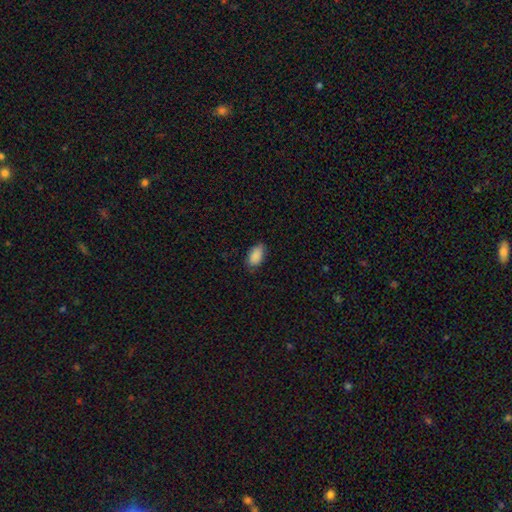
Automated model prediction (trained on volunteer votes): smooth-or-featured: smooth: 89% | star or artifact: 7% | featured or disk: 4%
  how-rounded: in between: 93% | round: 4% | cigar-shaped: 3%
  merging: none: 80% | minor disturbance: 16% | major disturbance: 3% | merger: 1%